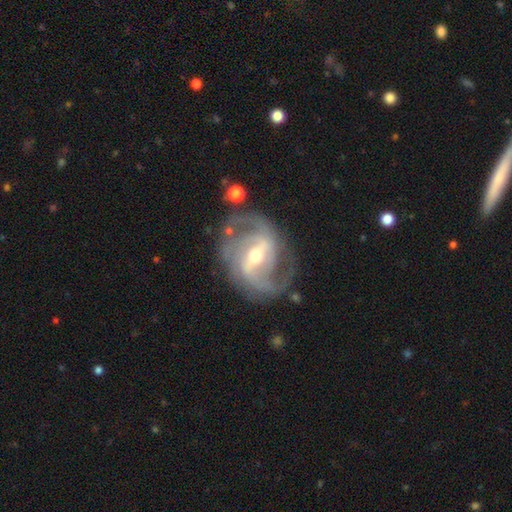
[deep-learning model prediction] featured or disk 91%, star or artifact 5%, smooth 5%. Down the decision tree: edge-on disk — no (97%); bar — strong (49%); spiral arms — yes (97%); spiral arm count — 2 (66%); spiral winding — medium (54%); bulge size — moderate (52%); merging — none (74%).